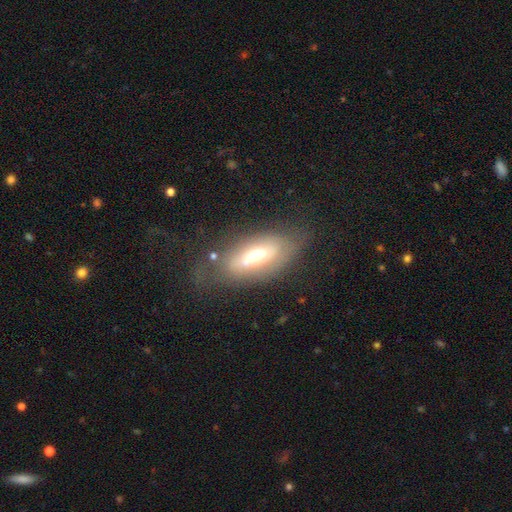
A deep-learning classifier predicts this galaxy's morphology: type=featured or disk (54%); edge-on=no (65%); merging=none (62%).